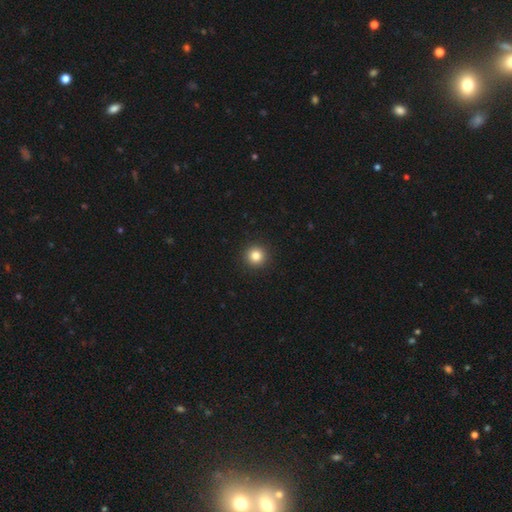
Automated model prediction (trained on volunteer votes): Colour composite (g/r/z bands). It shows a smooth galaxy with no disk features (83%) that is round (96%). Merging: none (93%).